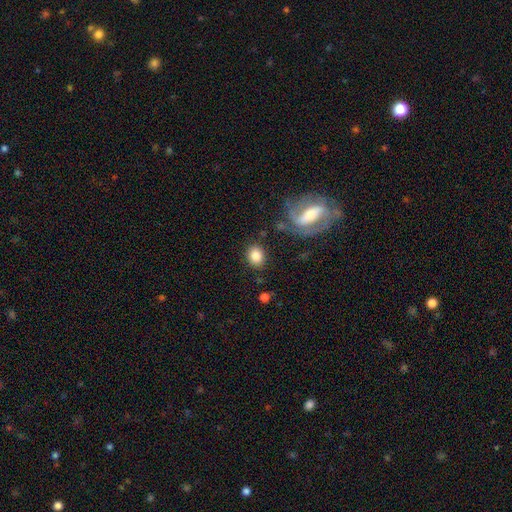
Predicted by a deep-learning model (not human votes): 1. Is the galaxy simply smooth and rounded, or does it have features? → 83% smooth, 9% featured or disk, 8% star or artifact.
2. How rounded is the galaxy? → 57% round, 42% in between, 1% cigar-shaped.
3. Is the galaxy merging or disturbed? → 82% none, 10% minor disturbance, 4% major disturbance, 4% merger.